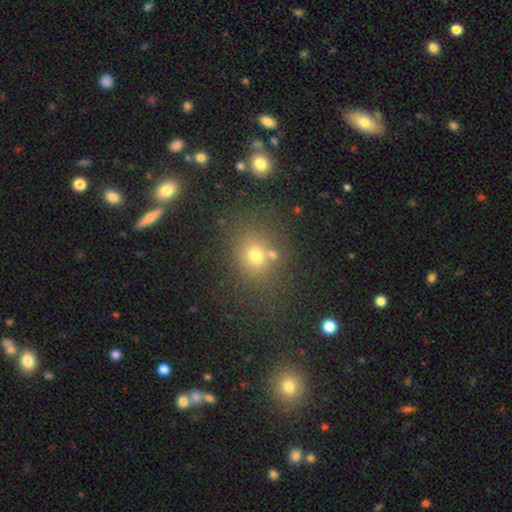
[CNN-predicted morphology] smooth 69%, star or artifact 19%, featured or disk 11%. Down the decision tree: how rounded — round (63%); merging — none (68%).